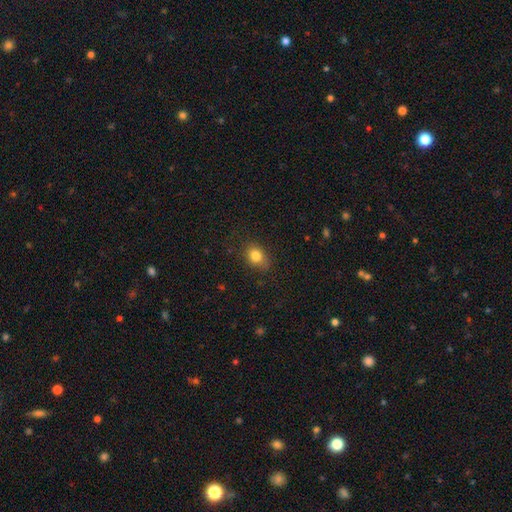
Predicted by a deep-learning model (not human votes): smooth 82%, star or artifact 10%, featured or disk 8%. Down the decision tree: how rounded — in between (62%); merging — none (77%).